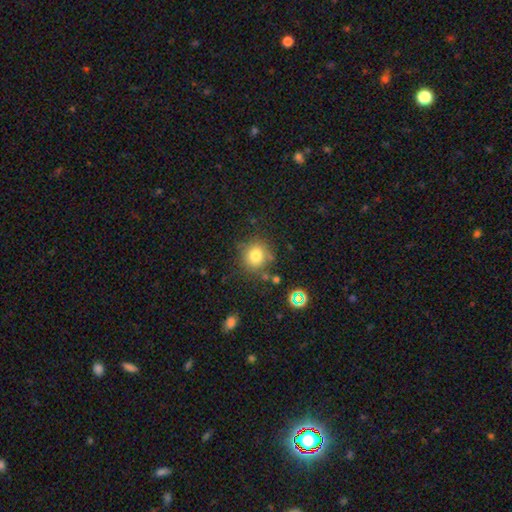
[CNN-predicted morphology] Smooth or featured? smooth (77%)
How rounded? round (88%)
Merging? none (78%)